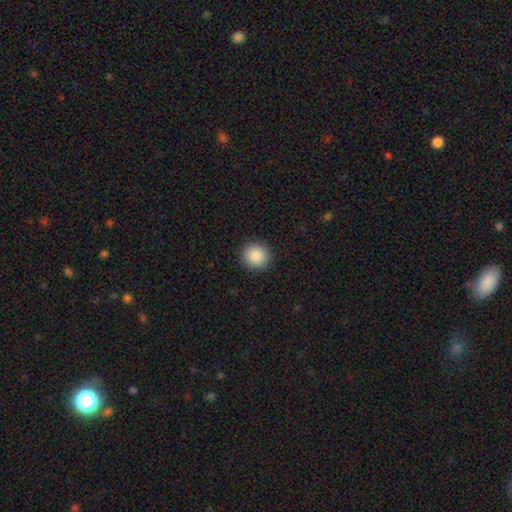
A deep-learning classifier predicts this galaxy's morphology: Smooth or featured: smooth — 88% (star or artifact — 8%)
How rounded: round — 90% (in between — 9%)
Merging: none — 92% (minor disturbance — 6%)